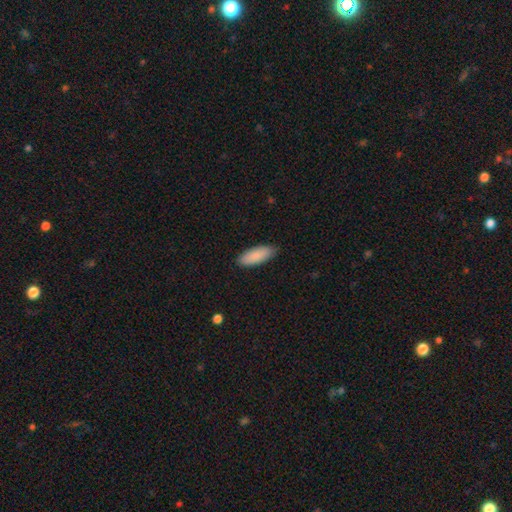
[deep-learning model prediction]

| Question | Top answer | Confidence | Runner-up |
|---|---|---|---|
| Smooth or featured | smooth | 88% | featured or disk (6%) |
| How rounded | in between | 76% | cigar-shaped (23%) |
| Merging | none | 86% | minor disturbance (11%) |